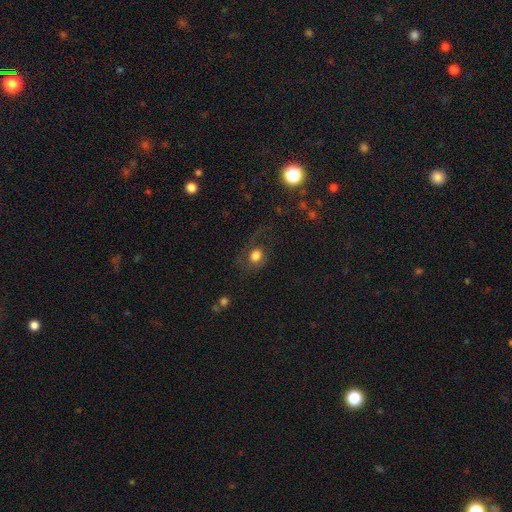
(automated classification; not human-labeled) smooth-or-featured: smooth: 65% | featured or disk: 24% | star or artifact: 12%
  how-rounded: round: 70% | in between: 29% | cigar-shaped: 1%
  merging: none: 49% | major disturbance: 31% | minor disturbance: 18% | merger: 3%